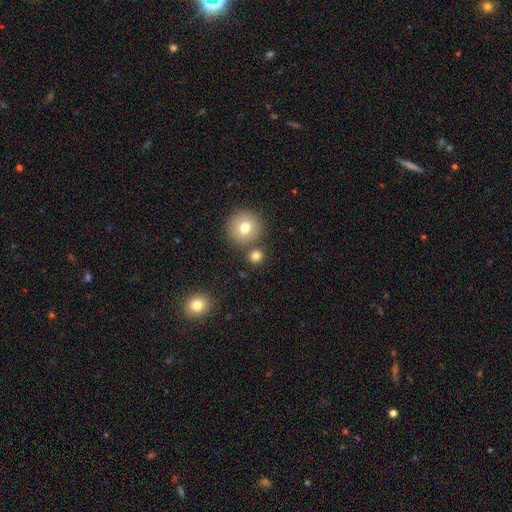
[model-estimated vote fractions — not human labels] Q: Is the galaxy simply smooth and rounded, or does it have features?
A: smooth — 79%.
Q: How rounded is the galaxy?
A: round — 90%.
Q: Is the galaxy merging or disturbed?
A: none — 76%.